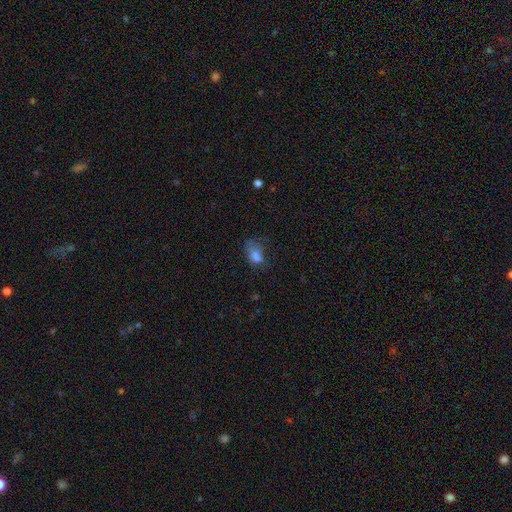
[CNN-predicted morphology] A smooth galaxy with no disk features (71%) that is in between round and cigar-shaped (80%).

Vote fractions:
- Smooth or featured? smooth: 71% / featured or disk: 16% / star or artifact: 14%
- How rounded? in between: 80% / round: 18% / cigar-shaped: 2%
- Merging? major disturbance: 38% / none: 30% / minor disturbance: 26% / merger: 5%